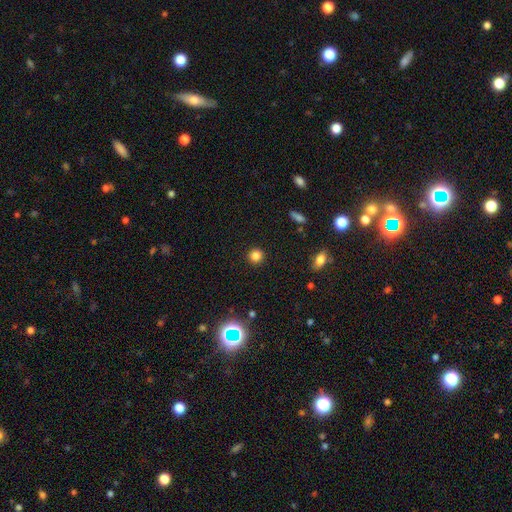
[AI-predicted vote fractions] Q: Smooth or featured?
A: smooth (83%); runner-up: star or artifact (13%)
Q: How rounded?
A: round (93%); runner-up: in between (6%)
Q: Merging?
A: none (91%); runner-up: minor disturbance (5%)